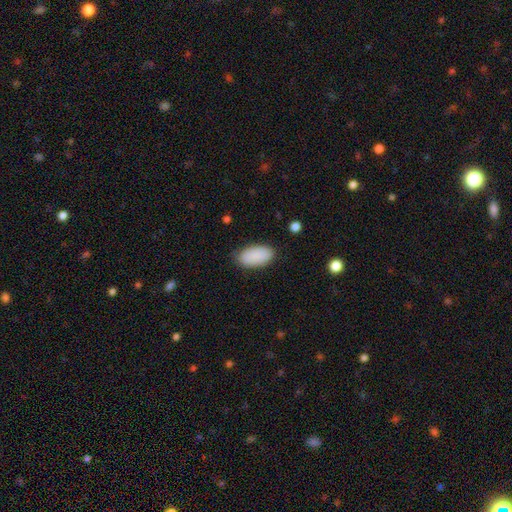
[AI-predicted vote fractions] Smooth or featured? Predicted: smooth (p=0.89). How rounded? Predicted: in between (p=0.95). Merging? Predicted: none (p=0.84).